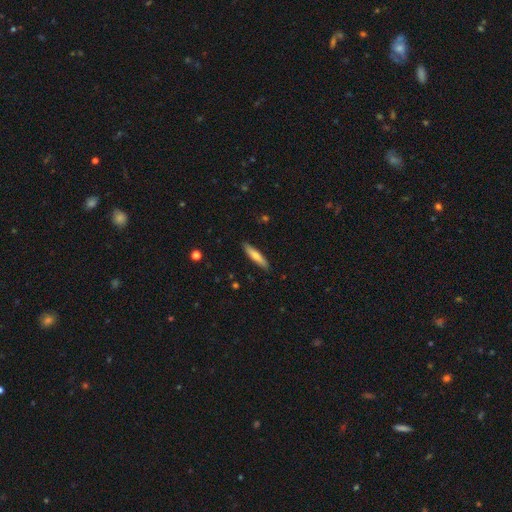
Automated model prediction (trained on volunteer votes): This is likely a smooth galaxy (65%). How rounded: clearly cigar-shaped (86%). Merging: clearly none (89%).